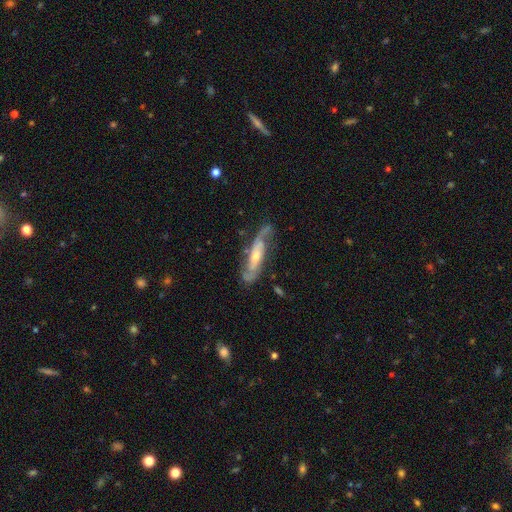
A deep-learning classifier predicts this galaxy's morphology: featured or disk 84%, smooth 11%, star or artifact 5%. Down the decision tree: edge-on disk — no (81%); bar — no (44%); spiral arms — yes (95%); spiral arm count — 2 (84%); spiral winding — medium (48%); bulge size — moderate (51%); merging — none (70%).